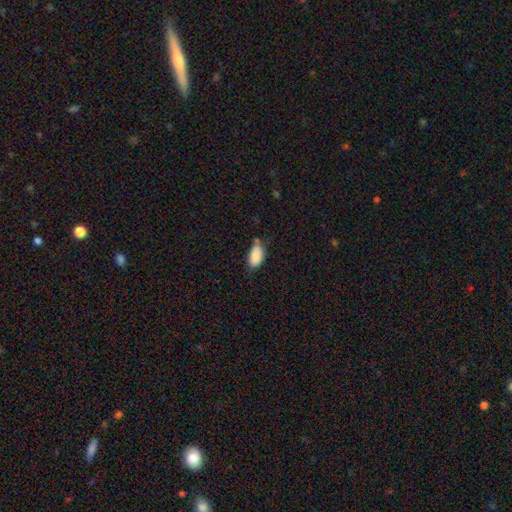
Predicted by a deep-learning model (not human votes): Morphology: type=smooth (87%); roundness=in between (92%); merging=none (61%).